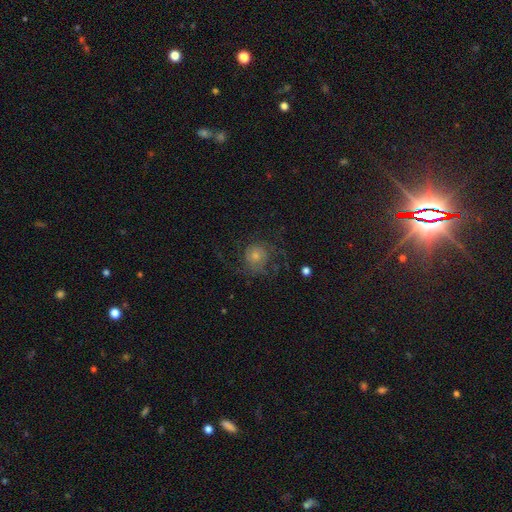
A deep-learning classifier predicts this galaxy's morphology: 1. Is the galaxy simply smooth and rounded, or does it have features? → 46% featured or disk, 35% smooth, 19% star or artifact.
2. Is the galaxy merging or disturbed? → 65% none, 19% major disturbance, 15% minor disturbance, 1% merger.